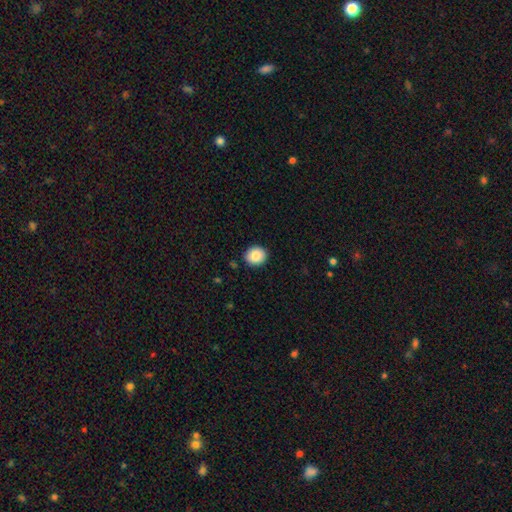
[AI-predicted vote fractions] Smooth or featured? Predicted: smooth (p=0.88). How rounded? Predicted: round (p=0.77). Merging? Predicted: none (p=0.90).